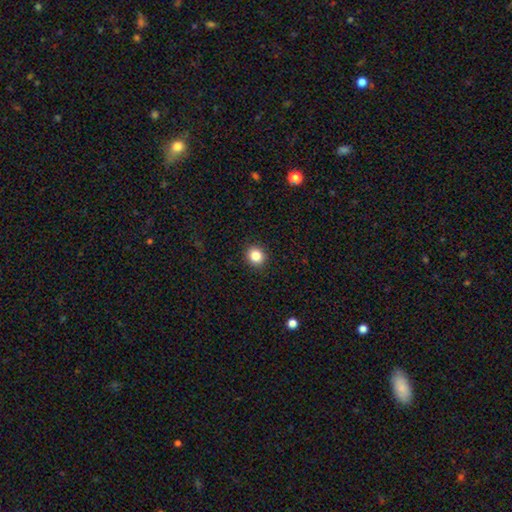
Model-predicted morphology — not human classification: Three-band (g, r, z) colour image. It shows a smooth galaxy with no disk features (85%) that is round (85%). Merging: none (92%).